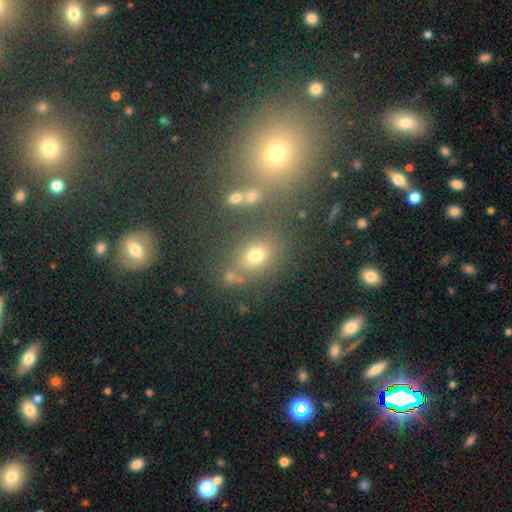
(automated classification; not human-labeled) Smooth or featured?
  - smooth: 67% *
  - star or artifact: 21%
  - featured or disk: 12%
How rounded?
  - round: 49% *
  - in between: 48%
  - cigar-shaped: 3%
Merging?
  - none: 63% *
  - merger: 17%
  - minor disturbance: 12%
  - major disturbance: 7%